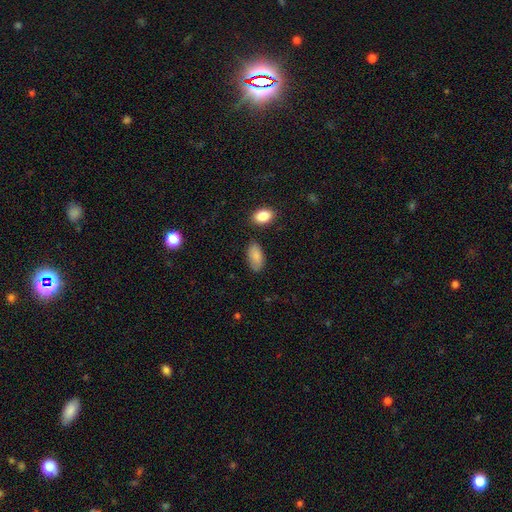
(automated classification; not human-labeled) Smooth or featured: smooth — 85% (featured or disk — 8%)
How rounded: in between — 94% (cigar-shaped — 3%)
Merging: none — 75% (minor disturbance — 17%)